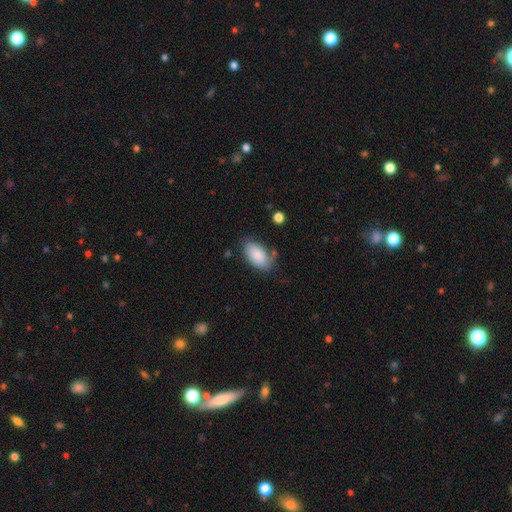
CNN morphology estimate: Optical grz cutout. It shows a smooth galaxy with no disk features (84%) that is in between round and cigar-shaped (94%). Merging: none (70%).